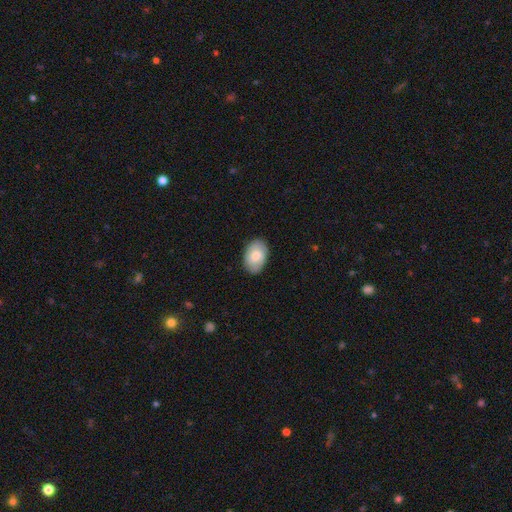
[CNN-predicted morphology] smooth 70%, featured or disk 23%, star or artifact 6%. Down the decision tree: how rounded — in between (87%); merging — none (84%).